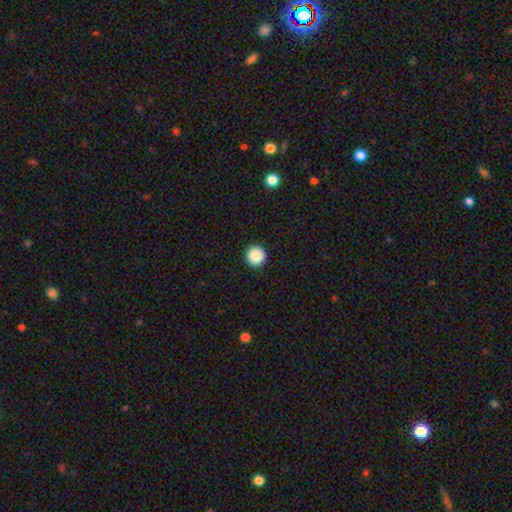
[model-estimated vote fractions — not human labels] Overall: smooth (86%). How rounded: round (96%). Merging: none (94%).